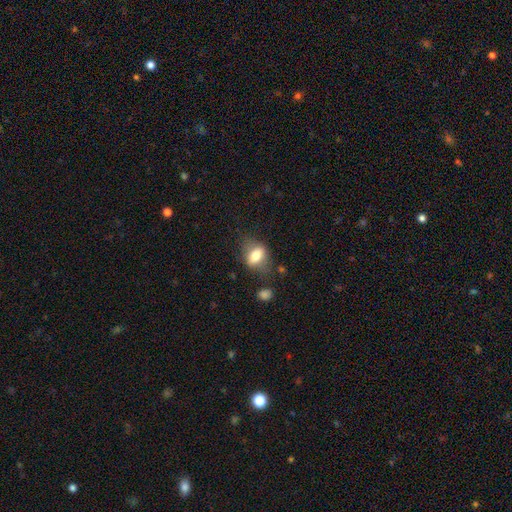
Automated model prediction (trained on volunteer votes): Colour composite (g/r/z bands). It shows a smooth galaxy with no disk features (71%) that is in between round and cigar-shaped (75%). Merging: none (65%).